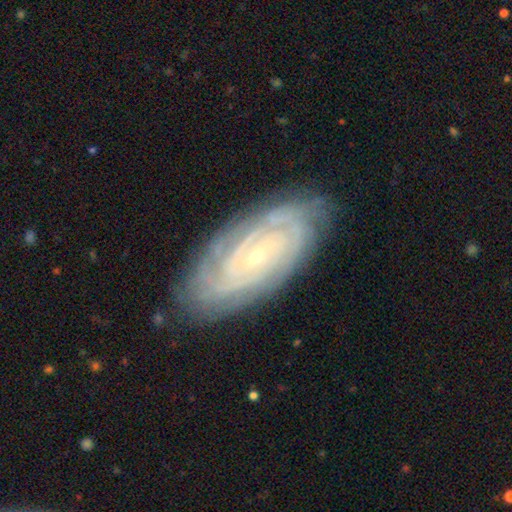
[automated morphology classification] A featured or disk galaxy (86%) with no bar (57%), tight (82%) spiral arms (97%) and a small central bulge (85%).

Vote fractions:
- Smooth or featured? featured or disk: 86% / smooth: 8% / star or artifact: 6%
- Edge-on disk? no: 94% / yes: 6%
- Bar? no: 57% / weak: 31% / strong: 12%
- Spiral arms? yes: 97% / no: 3%
- Spiral winding? tight: 82% / medium: 16% / loose: 3%
- Spiral arm count? can't tell: 31% / 2: 22% / 3: 17% / 4: 16% / more than 4: 8% / 1: 6%
- Bulge size? small: 85% / moderate: 11% / none: 2% / large: 1% / dominant: 1%
- Merging? none: 82% / minor disturbance: 13% / major disturbance: 3% / merger: 1%